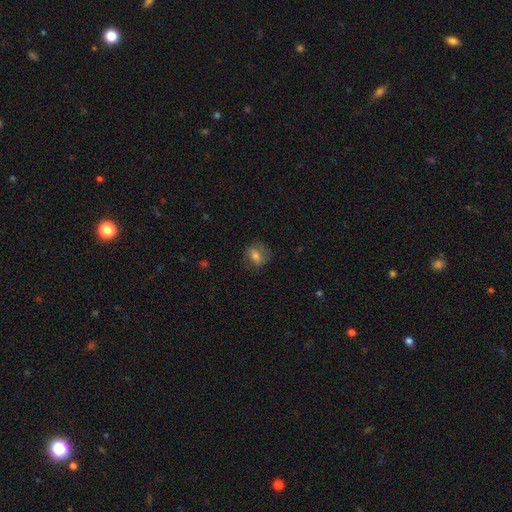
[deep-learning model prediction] smooth-or-featured: smooth: 66% | featured or disk: 24% | star or artifact: 10%
  how-rounded: in between: 50% | round: 48% | cigar-shaped: 2%
  merging: none: 74% | minor disturbance: 18% | major disturbance: 7% | merger: 1%